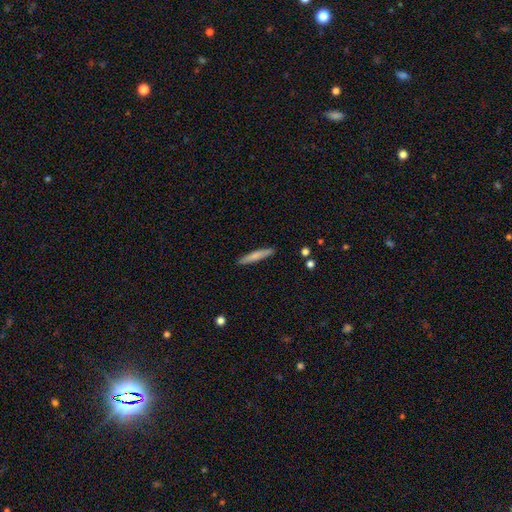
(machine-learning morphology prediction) type=smooth (72%); roundness=cigar-shaped (93%); merging=none (90%).